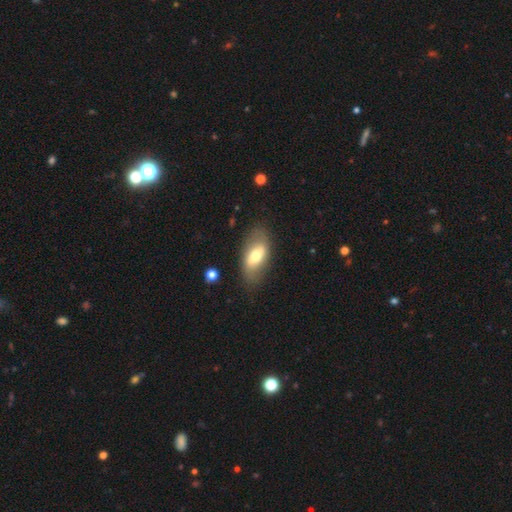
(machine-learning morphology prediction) A smooth galaxy with no disk features (57%) that is in between round and cigar-shaped (90%).

Vote fractions:
- Smooth or featured? smooth: 57% / featured or disk: 37% / star or artifact: 6%
- How rounded? in between: 90% / cigar-shaped: 6% / round: 4%
- Merging? none: 77% / minor disturbance: 16% / major disturbance: 6% / merger: 2%